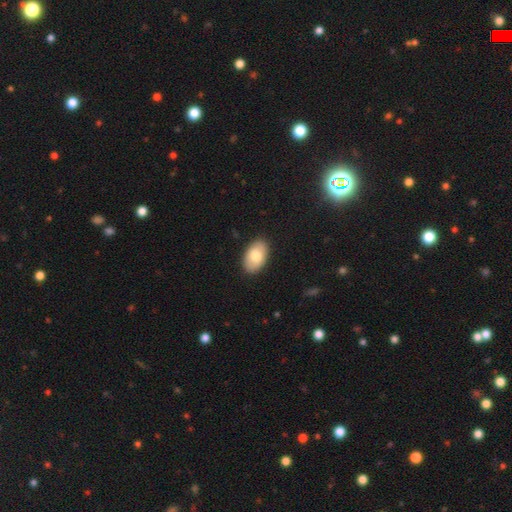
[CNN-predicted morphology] Overall: smooth (76%). How rounded: in between (92%). Merging: none (89%).